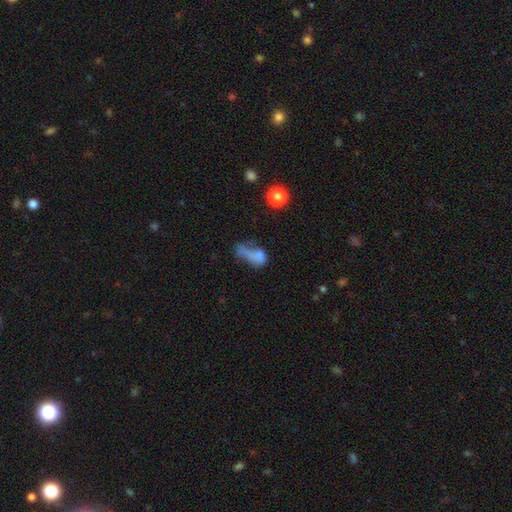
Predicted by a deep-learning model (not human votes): Smooth or featured? Predicted: smooth (p=0.59). How rounded? Predicted: in between (p=0.76). Merging? Predicted: major disturbance (p=0.41).